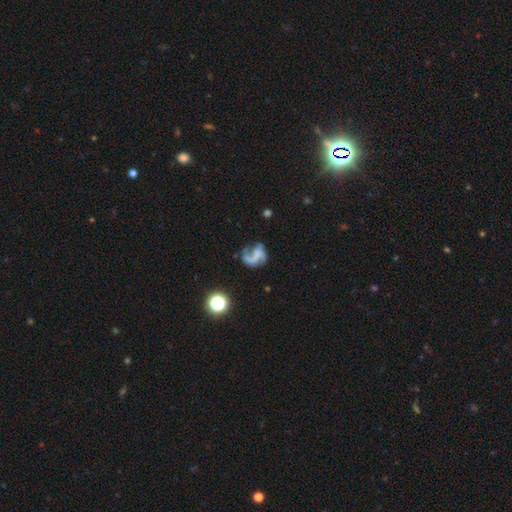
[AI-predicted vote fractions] Smooth or featured? featured or disk (74%)
Edge-on disk? no (98%)
Bar? no (46%)
Spiral arms? yes (89%)
Spiral winding? loose (66%)
Spiral arm count? 2 (65%)
Bulge size? none (68%)
Merging? none (46%)